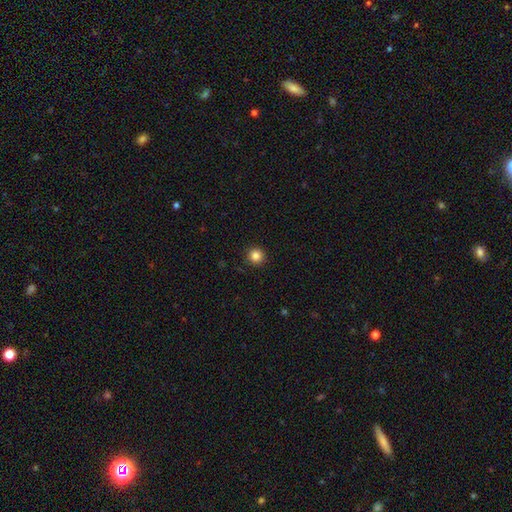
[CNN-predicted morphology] The model was most divided on "smooth or featured": smooth: 84%, star or artifact: 11%, featured or disk: 4%. More confident: how rounded — round (95%); merging — none (92%).